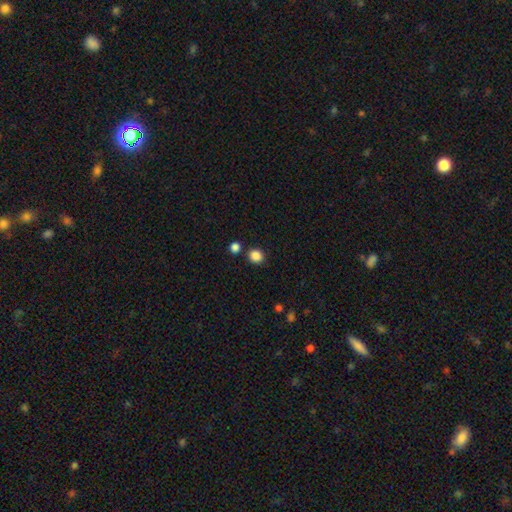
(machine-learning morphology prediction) This is clearly a smooth galaxy (87%). How rounded: likely round (78%). Merging: clearly none (83%).